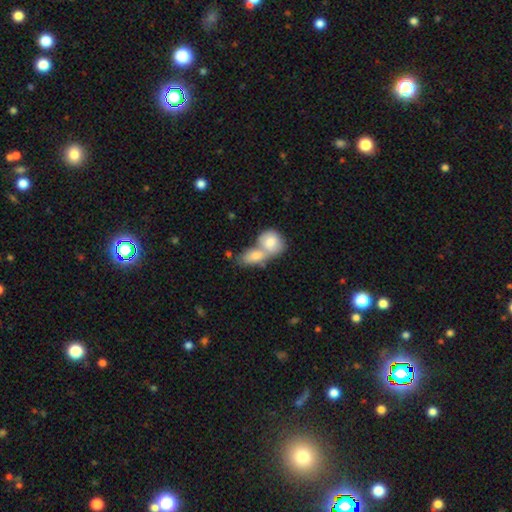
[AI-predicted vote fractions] A smooth galaxy with no disk features (78%) that is in between round and cigar-shaped (74%). Merging: merger (70%).